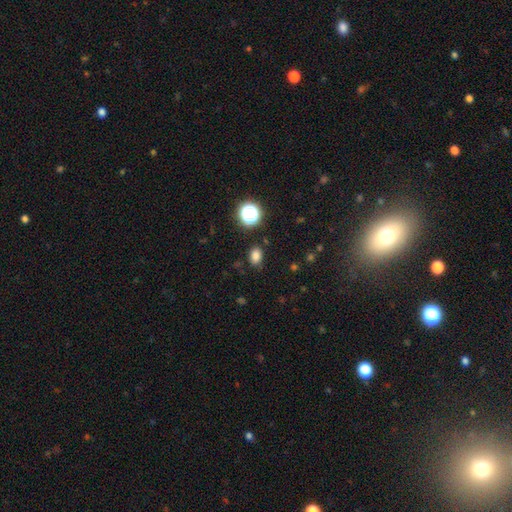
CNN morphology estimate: type=smooth (80%); roundness=in between (70%); merging=none (83%).